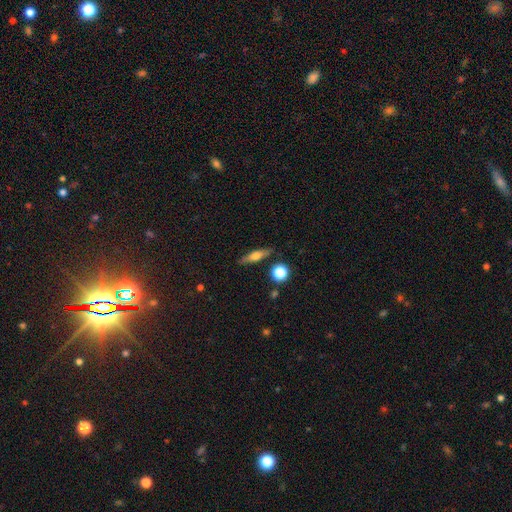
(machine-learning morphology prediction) Overall: smooth (49%; featured or disk 43%). Merging: none (84%).